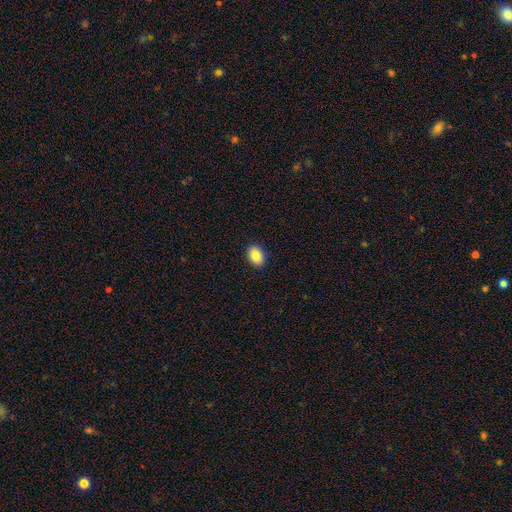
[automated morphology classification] This is clearly a smooth galaxy (88%). How rounded: clearly in between (82%). Merging: clearly none (90%).